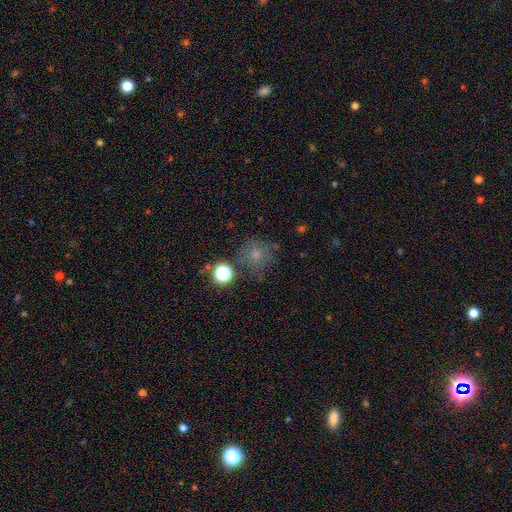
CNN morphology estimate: The model was most divided on "smooth or featured": smooth: 67%, star or artifact: 20%, featured or disk: 13%. More confident: how rounded — round (89%); merging — none (67%).